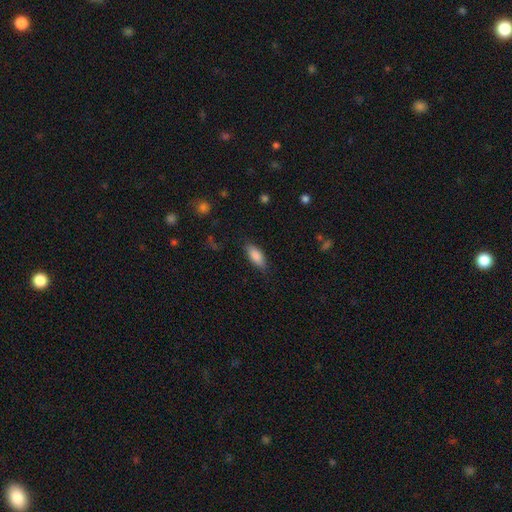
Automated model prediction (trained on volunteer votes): smooth_or_featured: smooth (p=0.86) [alt: featured or disk p=0.08]
how_rounded: in between (p=0.79) [alt: cigar-shaped p=0.19]
merging: none (p=0.84) [alt: minor disturbance p=0.12]